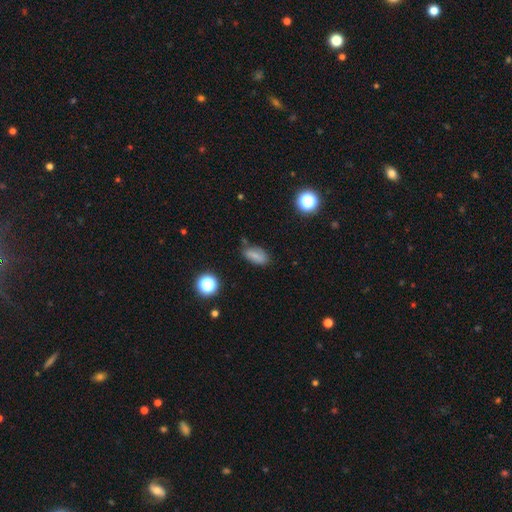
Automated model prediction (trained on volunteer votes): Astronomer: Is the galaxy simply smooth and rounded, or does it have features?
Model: smooth — 69%.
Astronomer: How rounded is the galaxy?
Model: in between — 87%.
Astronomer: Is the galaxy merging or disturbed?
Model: none — 70%.